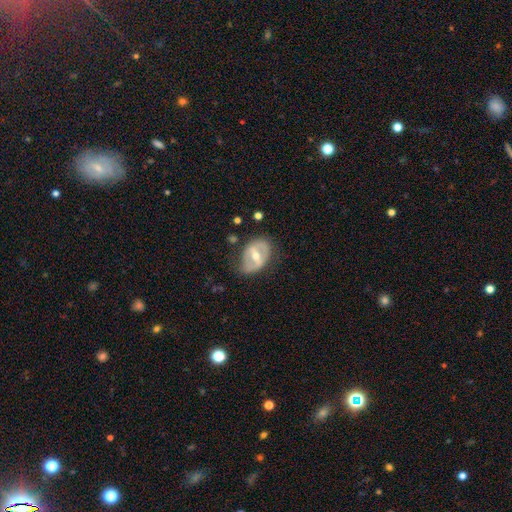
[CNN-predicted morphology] Smooth or featured?
  - featured or disk: 69% *
  - smooth: 25%
  - star or artifact: 6%
Edge-on disk?
  - no: 92% *
  - yes: 8%
Bar?
  - strong: 59% *
  - weak: 30%
  - no: 11%
Spiral arms?
  - no: 64% *
  - yes: 36%
Bulge size?
  - moderate: 69% *
  - small: 25%
  - large: 4%
  - none: 1%
  - dominant: 1%
Merging?
  - none: 63% *
  - minor disturbance: 24%
  - major disturbance: 11%
  - merger: 2%